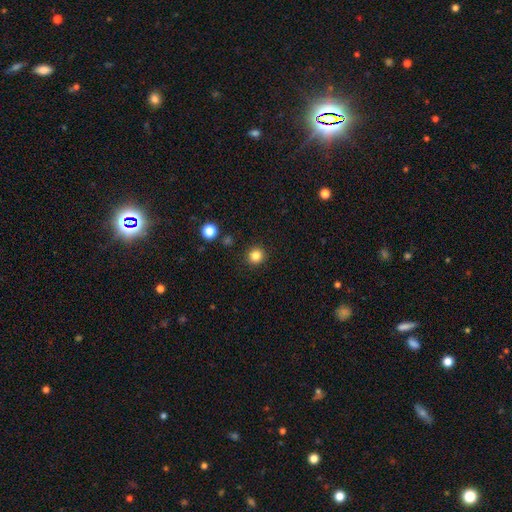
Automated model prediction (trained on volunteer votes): smooth-or-featured: smooth: 83% | star or artifact: 12% | featured or disk: 5%
  how-rounded: round: 93% | in between: 6% | cigar-shaped: 1%
  merging: none: 91% | minor disturbance: 5% | major disturbance: 2% | merger: 1%